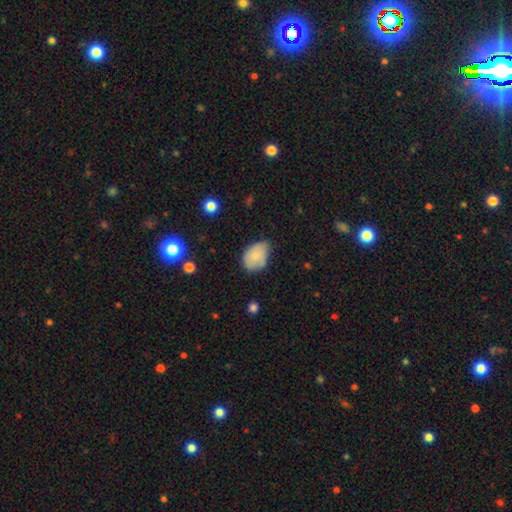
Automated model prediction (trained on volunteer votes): smooth-or-featured: smooth: 71% | featured or disk: 21% | star or artifact: 8%
  how-rounded: in between: 73% | round: 26% | cigar-shaped: 1%
  merging: minor disturbance: 46% | none: 41% | major disturbance: 10% | merger: 2%